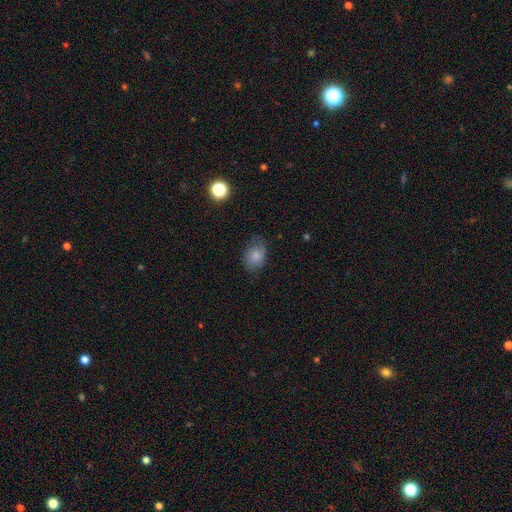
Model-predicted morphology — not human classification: Smooth or featured? smooth (75%)
How rounded? in between (71%)
Merging? none (70%)